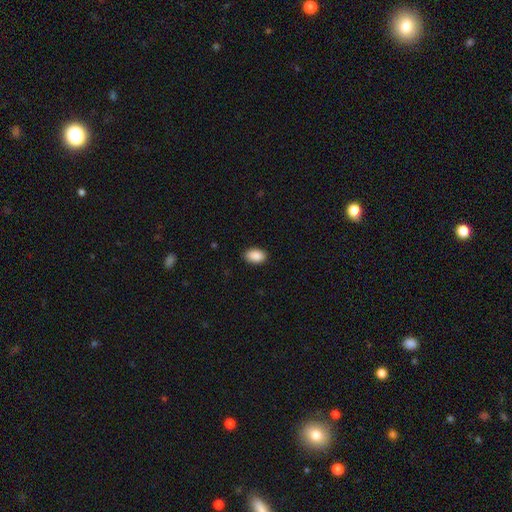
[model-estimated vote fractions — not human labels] Smooth or featured?
  - smooth: 90% *
  - star or artifact: 7%
  - featured or disk: 3%
How rounded?
  - in between: 90% *
  - round: 9%
  - cigar-shaped: 1%
Merging?
  - none: 88% *
  - minor disturbance: 9%
  - major disturbance: 2%
  - merger: 1%